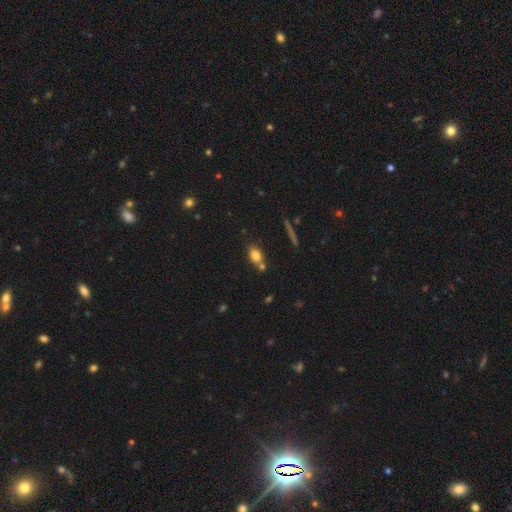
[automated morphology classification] Smooth or featured? smooth (77%)
How rounded? in between (71%)
Merging? none (62%)